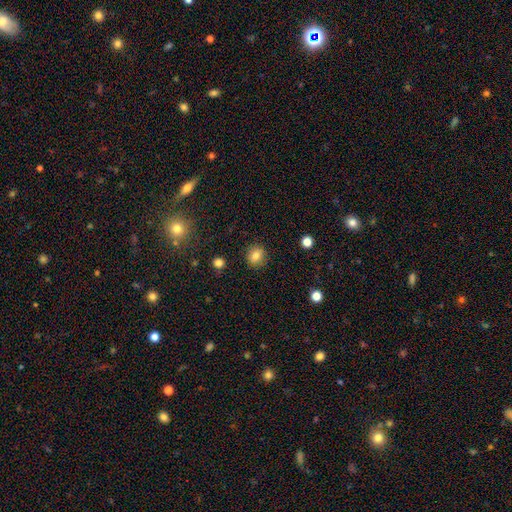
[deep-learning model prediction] The model was most divided on "how rounded": round: 79%, in between: 20%, cigar-shaped: 1%. More confident: merging — none (89%); smooth or featured — smooth (81%).